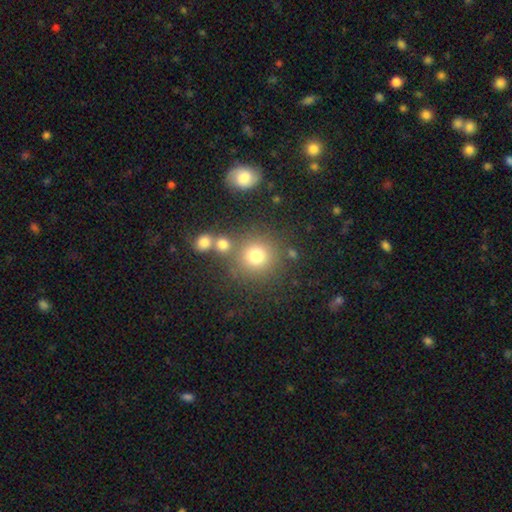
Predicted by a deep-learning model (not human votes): Morphology: type=smooth (74%); roundness=round (92%); merging=none (72%).